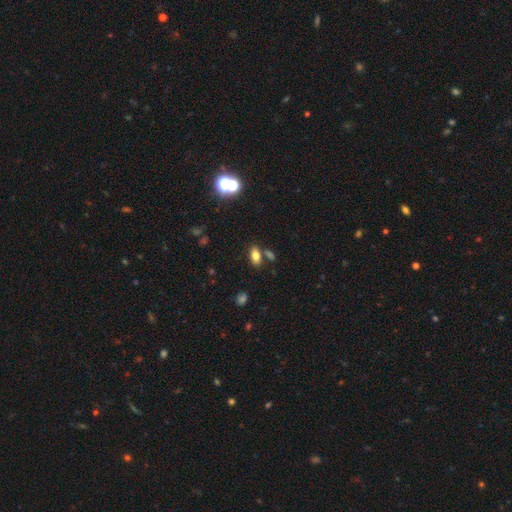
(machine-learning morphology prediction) The model was most divided on "merging": none: 73%, merger: 14%, minor disturbance: 10%, major disturbance: 3%. More confident: how rounded — in between (87%); smooth or featured — smooth (76%).